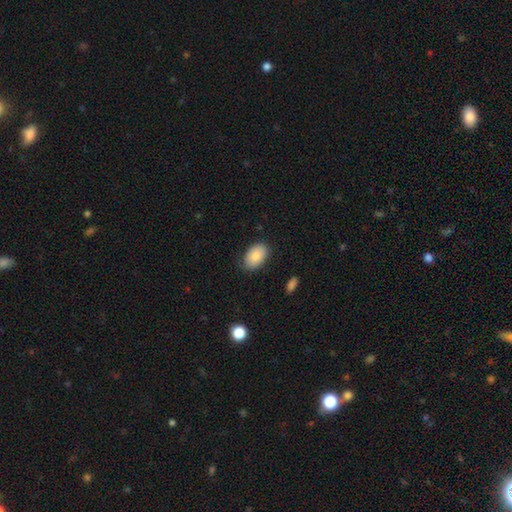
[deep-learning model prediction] Smooth or featured?
  - smooth: 86% *
  - featured or disk: 7%
  - star or artifact: 6%
How rounded?
  - in between: 91% *
  - round: 8%
  - cigar-shaped: 1%
Merging?
  - none: 82% *
  - minor disturbance: 14%
  - major disturbance: 3%
  - merger: 1%